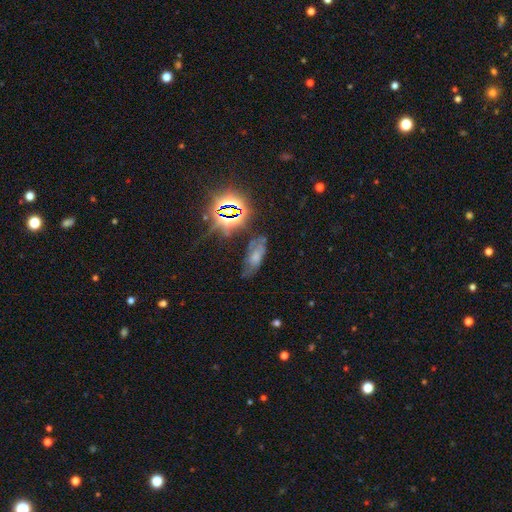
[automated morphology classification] smooth 42%, featured or disk 30%, star or artifact 28%. Down the decision tree: merging — none (55%).